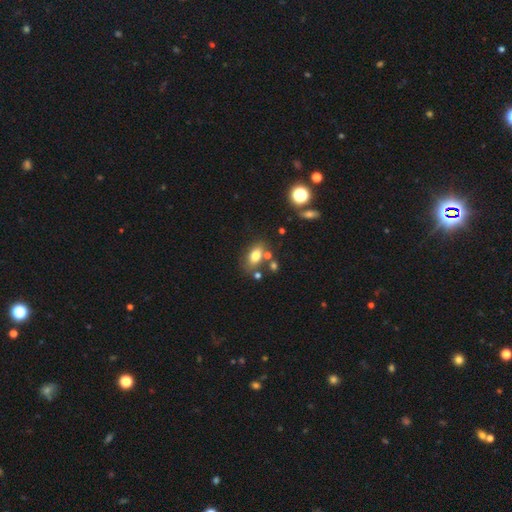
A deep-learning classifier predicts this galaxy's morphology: Q: Smooth or featured?
A: smooth (76%); runner-up: featured or disk (14%)
Q: How rounded?
A: in between (84%); runner-up: round (12%)
Q: Merging?
A: none (62%); runner-up: minor disturbance (16%)